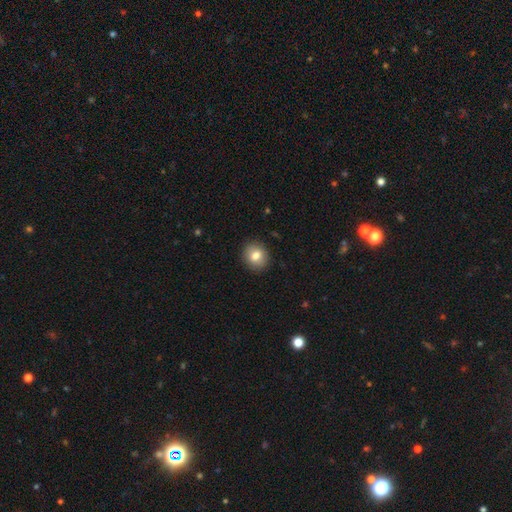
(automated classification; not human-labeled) Q: Smooth or featured?
A: smooth (80%); runner-up: featured or disk (11%)
Q: How rounded?
A: round (76%); runner-up: in between (23%)
Q: Merging?
A: none (90%); runner-up: minor disturbance (7%)